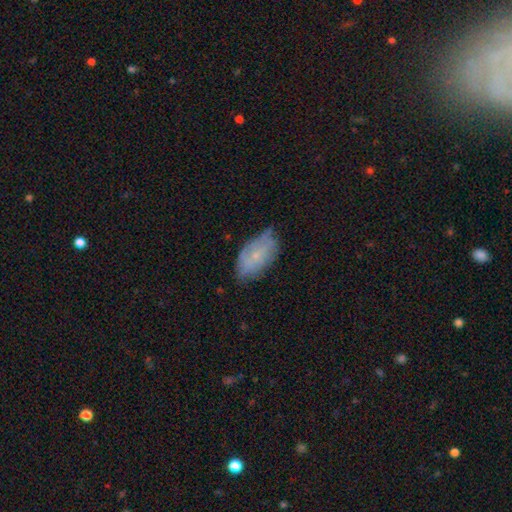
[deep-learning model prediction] Q: Smooth or featured?
A: smooth (48%); runner-up: featured or disk (45%)
Q: Merging?
A: none (58%); runner-up: minor disturbance (33%)